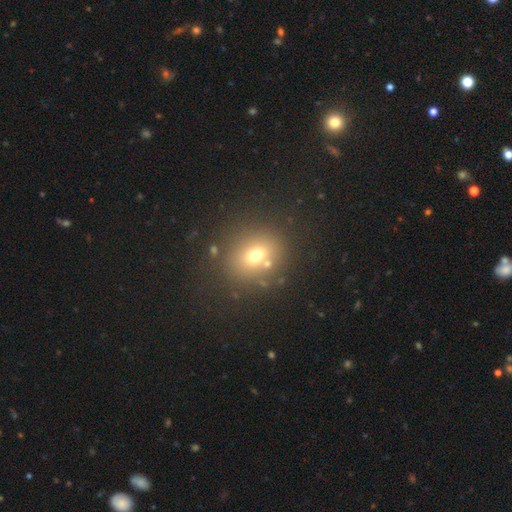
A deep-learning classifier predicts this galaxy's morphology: Smooth or featured?
  - smooth: 66% *
  - star or artifact: 19%
  - featured or disk: 15%
How rounded?
  - round: 65% *
  - in between: 33%
  - cigar-shaped: 1%
Merging?
  - none: 75% *
  - minor disturbance: 10%
  - merger: 10%
  - major disturbance: 5%